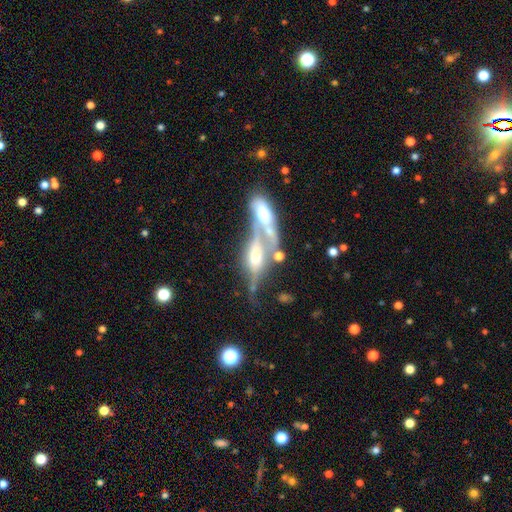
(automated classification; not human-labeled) A featured or disk galaxy (57%) viewed edge-on (51%).

Vote fractions:
- Smooth or featured? featured or disk: 57% / smooth: 33% / star or artifact: 9%
- Edge-on disk? yes: 51% / no: 49%
- Merging? merger: 67% / none: 13% / major disturbance: 12% / minor disturbance: 8%